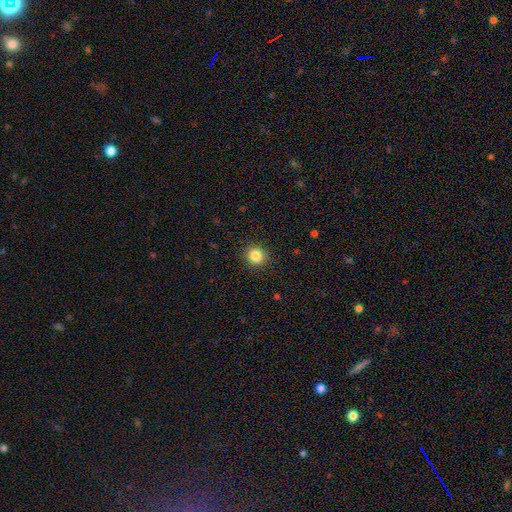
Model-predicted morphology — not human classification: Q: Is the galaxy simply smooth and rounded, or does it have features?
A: smooth — 85%.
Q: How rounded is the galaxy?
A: round — 92%.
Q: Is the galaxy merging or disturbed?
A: none — 91%.